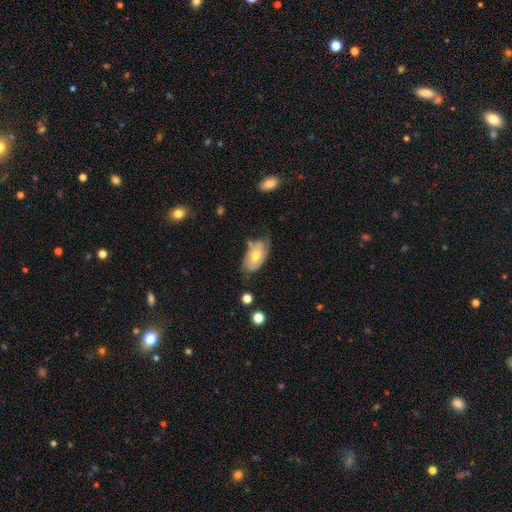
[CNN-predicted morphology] Overall: smooth (53%; featured or disk 40%). How rounded: in between (92%). Merging: none (52%; minor disturbance 32%).